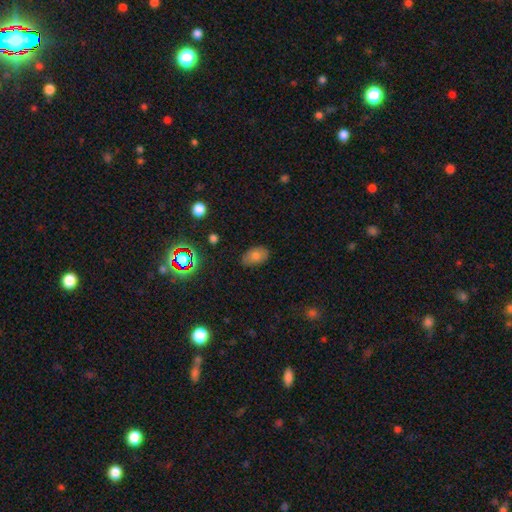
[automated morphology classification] smooth-or-featured: smooth: 71% | featured or disk: 16% | star or artifact: 12%
  how-rounded: in between: 89% | round: 9% | cigar-shaped: 1%
  merging: none: 81% | minor disturbance: 14% | major disturbance: 3% | merger: 1%